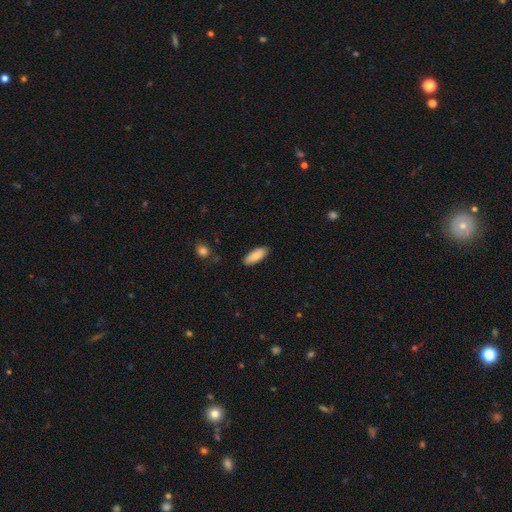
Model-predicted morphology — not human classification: This is clearly a smooth galaxy (83%). How rounded: likely in between (72%). Merging: clearly none (87%).